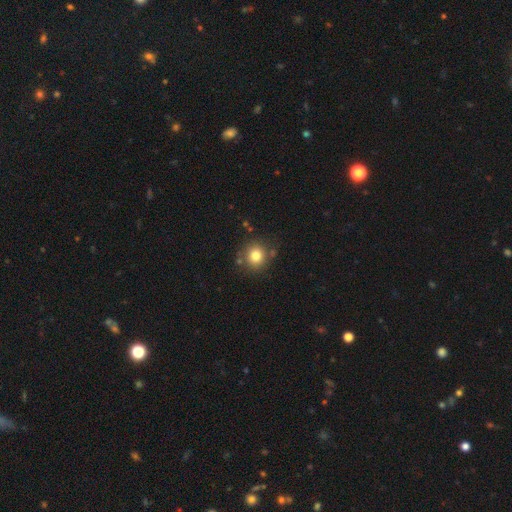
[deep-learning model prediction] smooth 79%, star or artifact 12%, featured or disk 9%. Down the decision tree: how rounded — round (89%); merging — none (80%).